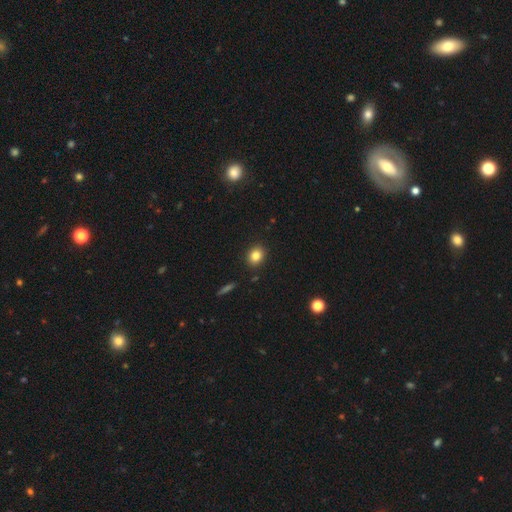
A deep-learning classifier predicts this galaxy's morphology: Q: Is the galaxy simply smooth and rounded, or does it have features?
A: smooth — 83%.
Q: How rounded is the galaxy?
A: round — 57%.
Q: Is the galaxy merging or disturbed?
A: none — 89%.